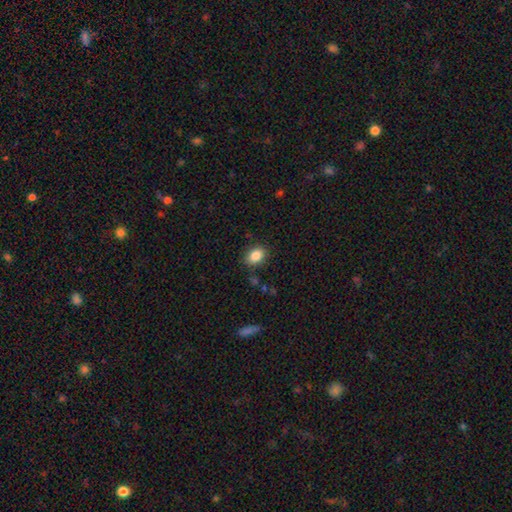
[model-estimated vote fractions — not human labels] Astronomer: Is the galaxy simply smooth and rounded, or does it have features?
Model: smooth — 86%.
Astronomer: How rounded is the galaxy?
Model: in between — 73%.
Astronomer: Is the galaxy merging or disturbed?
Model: none — 84%.